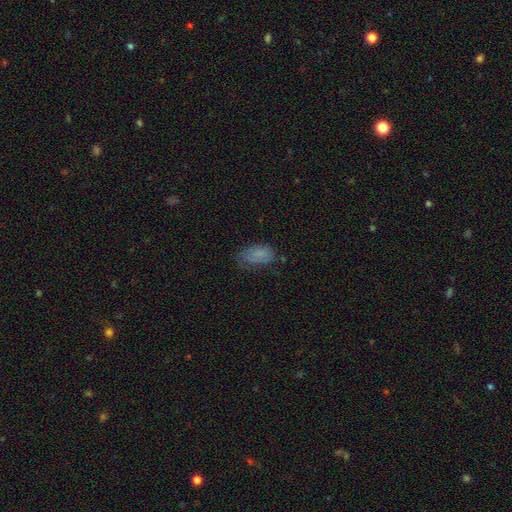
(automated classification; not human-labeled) Morphology: type=smooth (77%); roundness=in between (92%); merging=none (53%).